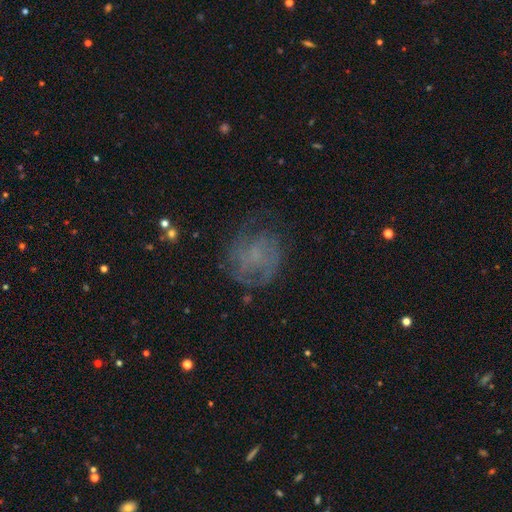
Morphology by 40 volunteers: Smooth or featured? featured or disk (85%)
Edge-on disk? no (100%)
Bar? no (59%)
Spiral arms? yes (91%)
Spiral winding? medium (52%)
Spiral arm count? 2 (77%)
Bulge size? small (53%)
Merging? none (64%)